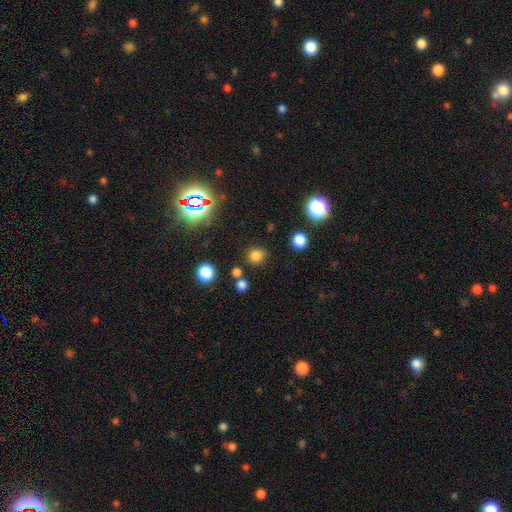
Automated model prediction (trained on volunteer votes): Q: Smooth or featured?
A: smooth (76%); runner-up: star or artifact (19%)
Q: How rounded?
A: round (83%); runner-up: in between (16%)
Q: Merging?
A: none (83%); runner-up: minor disturbance (9%)